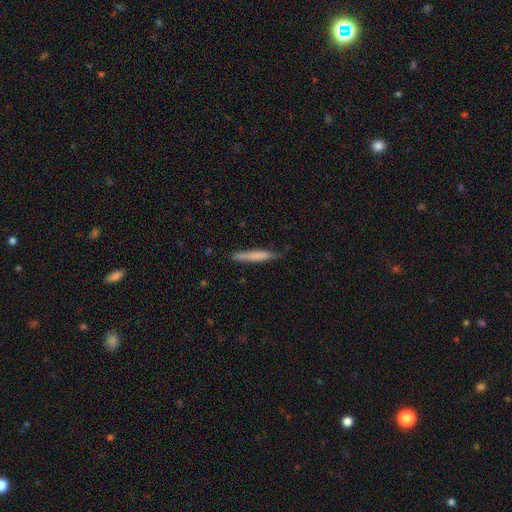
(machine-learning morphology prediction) type=smooth (70%); roundness=cigar-shaped (94%); merging=none (79%).